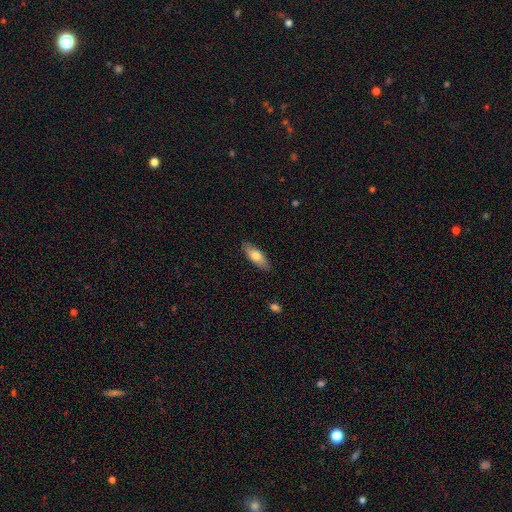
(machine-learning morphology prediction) Overall: smooth (70%). How rounded: in between (67%; cigar-shaped 31%). Merging: none (87%).